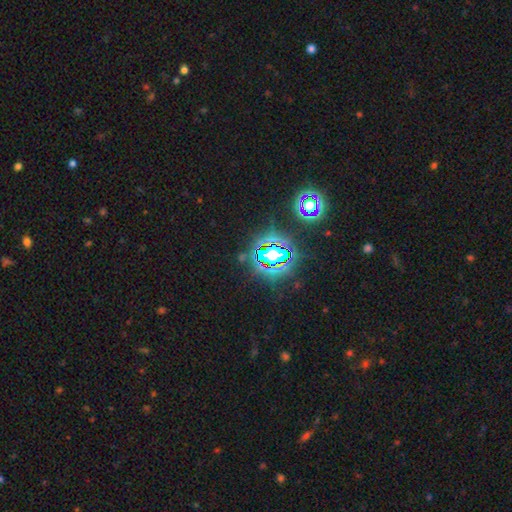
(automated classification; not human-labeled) The model was most divided on "smooth or featured": star or artifact: 83%, smooth: 11%, featured or disk: 6%.